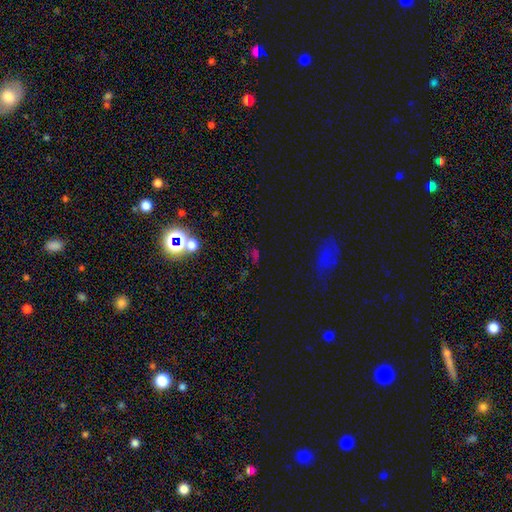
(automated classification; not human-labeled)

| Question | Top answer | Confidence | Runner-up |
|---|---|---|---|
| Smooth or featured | star or artifact | 59% | smooth (31%) |